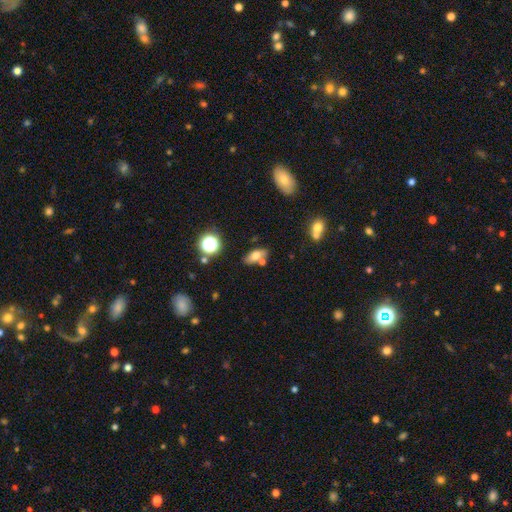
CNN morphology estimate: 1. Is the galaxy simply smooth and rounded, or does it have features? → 67% smooth, 20% featured or disk, 12% star or artifact.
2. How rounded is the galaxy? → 77% in between, 14% cigar-shaped, 9% round.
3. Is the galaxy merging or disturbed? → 62% none, 19% merger, 15% minor disturbance, 4% major disturbance.